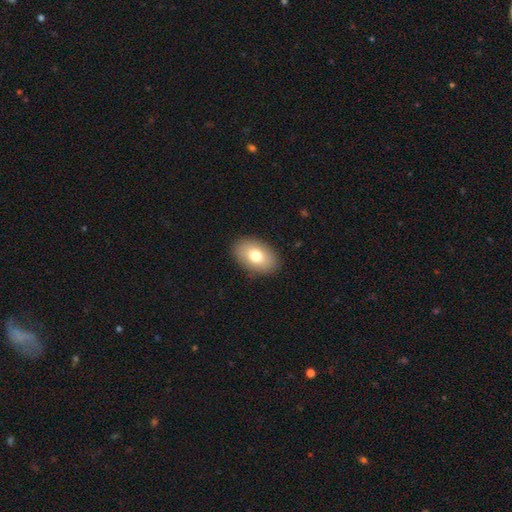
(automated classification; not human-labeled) smooth_or_featured: smooth (p=0.77) [alt: featured or disk p=0.16]
how_rounded: in between (p=0.89) [alt: round p=0.09]
merging: none (p=0.89) [alt: minor disturbance p=0.08]